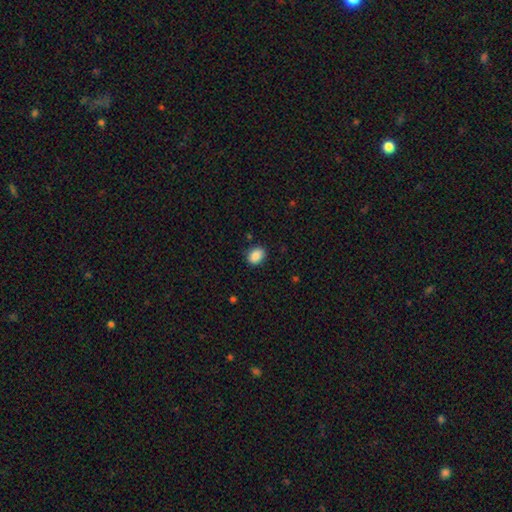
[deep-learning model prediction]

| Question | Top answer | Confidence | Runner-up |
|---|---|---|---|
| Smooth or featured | smooth | 89% | star or artifact (8%) |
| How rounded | in between | 64% | round (35%) |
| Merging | none | 86% | minor disturbance (10%) |